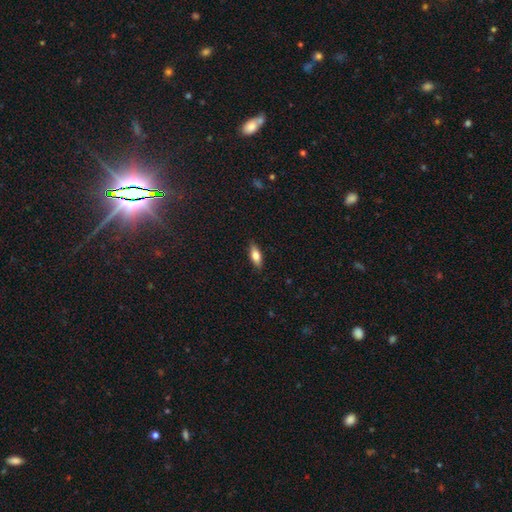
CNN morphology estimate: Smooth or featured? Predicted: smooth (p=0.72). How rounded? Predicted: in between (p=0.70). Merging? Predicted: none (p=0.87).